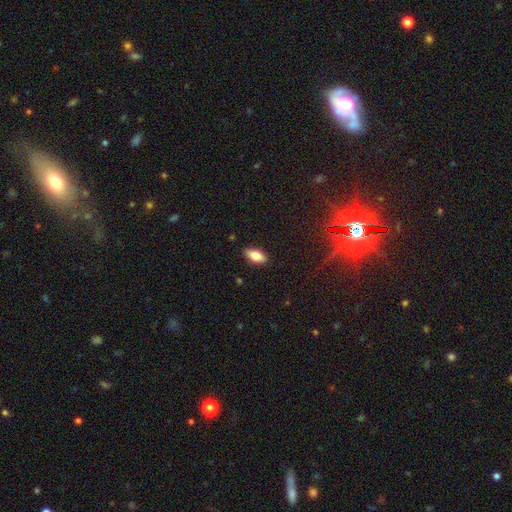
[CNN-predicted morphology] Smooth or featured? smooth (78%)
How rounded? in between (89%)
Merging? none (88%)